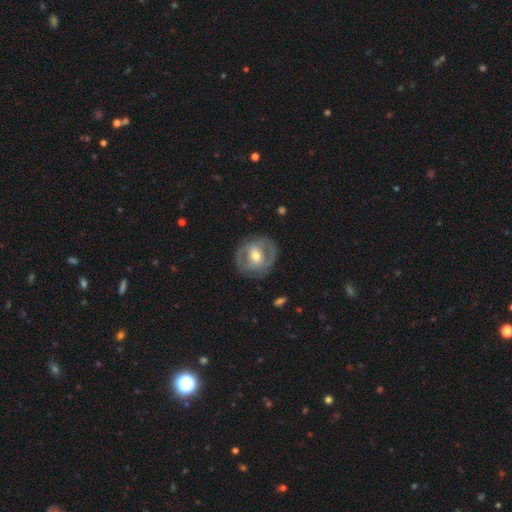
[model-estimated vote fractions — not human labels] smooth-or-featured: featured or disk: 70% | smooth: 25% | star or artifact: 5%
  disk-edge-on: no: 96% | yes: 4%
    bar: no: 41% | weak: 36% | strong: 22%
    has-spiral-arms: yes: 59% | no: 41%
    bulge-size: moderate: 70% | small: 21% | large: 7% | none: 1% | dominant: 1%
  merging: none: 79% | minor disturbance: 13% | major disturbance: 6% | merger: 1%